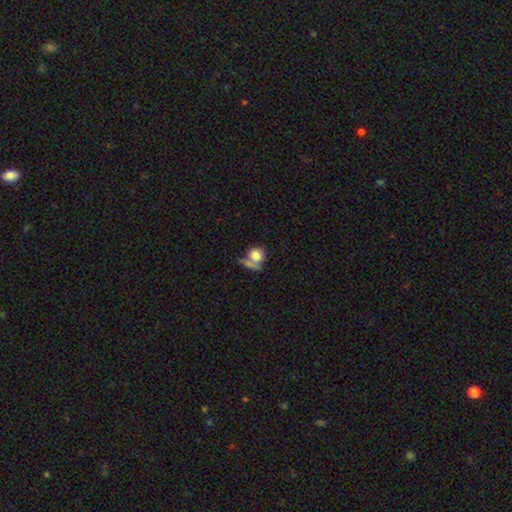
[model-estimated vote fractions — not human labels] Q: Smooth or featured?
A: smooth (77%); runner-up: featured or disk (12%)
Q: How rounded?
A: round (75%); runner-up: in between (21%)
Q: Merging?
A: none (47%); runner-up: merger (32%)